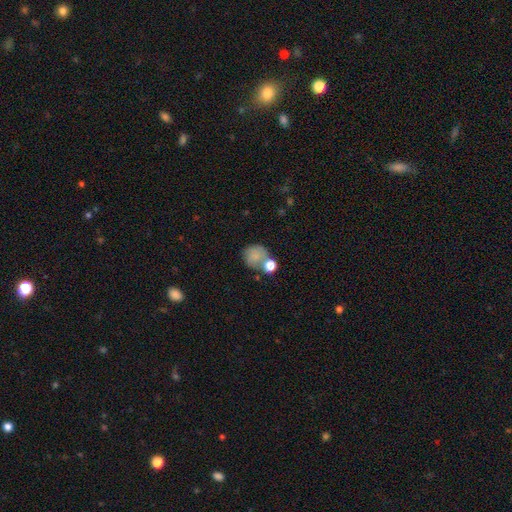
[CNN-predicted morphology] smooth_or_featured: smooth (p=0.75) [alt: featured or disk p=0.15]
how_rounded: round (p=0.79) [alt: in between p=0.20]
merging: none (p=0.44) [alt: merger p=0.30]